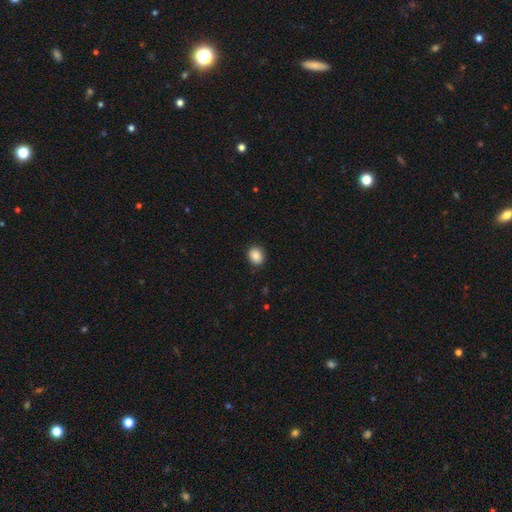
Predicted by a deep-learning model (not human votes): smooth-or-featured: smooth: 87% | star or artifact: 9% | featured or disk: 4%
  how-rounded: round: 60% | in between: 39% | cigar-shaped: 1%
  merging: none: 89% | minor disturbance: 8% | major disturbance: 2% | merger: 1%